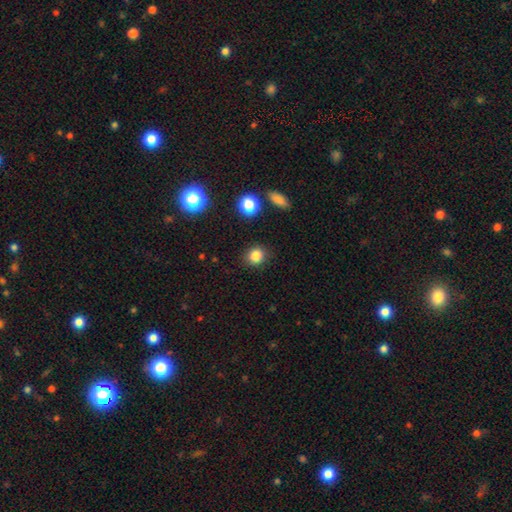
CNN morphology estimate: smooth-or-featured: smooth: 84% | star or artifact: 12% | featured or disk: 5%
  how-rounded: round: 79% | in between: 20% | cigar-shaped: 1%
  merging: none: 87% | minor disturbance: 8% | major disturbance: 3% | merger: 2%